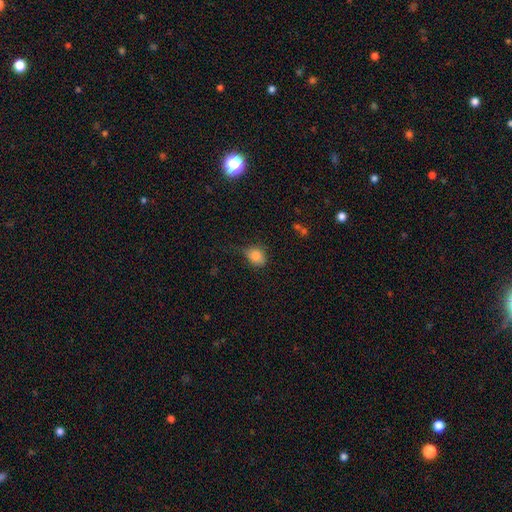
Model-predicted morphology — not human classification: type=smooth (84%); roundness=in between (50%); merging=none (53%).